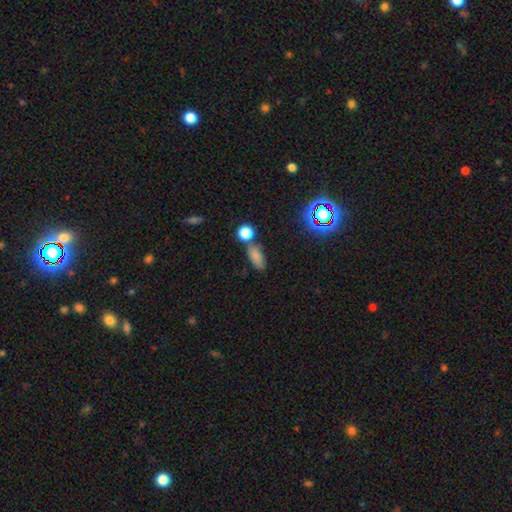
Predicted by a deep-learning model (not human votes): This is likely a smooth galaxy (77%). How rounded: likely in between (78%). Merging: likely none (62%).